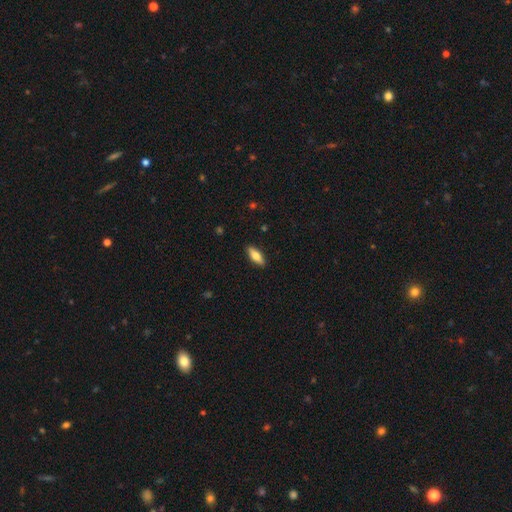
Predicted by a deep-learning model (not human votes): The model was most divided on "how rounded": in between: 63%, cigar-shaped: 34%, round: 2%. More confident: merging — none (89%); smooth or featured — smooth (70%).